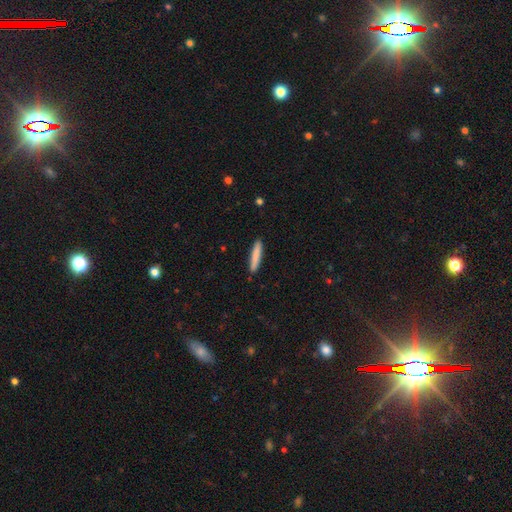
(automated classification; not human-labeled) Smooth or featured?
  - smooth: 85% *
  - featured or disk: 10%
  - star or artifact: 6%
How rounded?
  - cigar-shaped: 91% *
  - in between: 8%
  - round: 1%
Merging?
  - none: 90% *
  - minor disturbance: 7%
  - major disturbance: 1%
  - merger: 1%